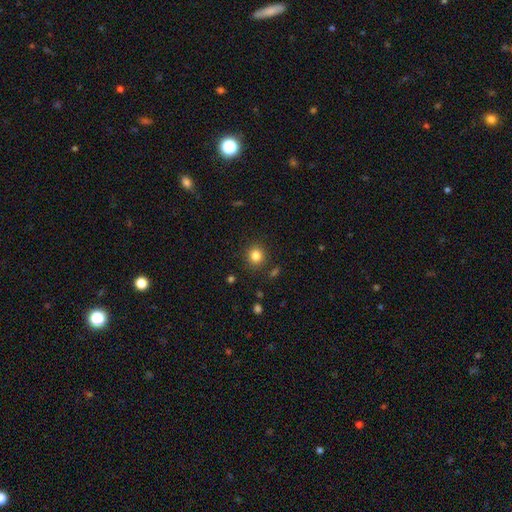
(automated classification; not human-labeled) This is clearly a smooth galaxy (83%). How rounded: clearly round (89%). Merging: clearly none (88%).